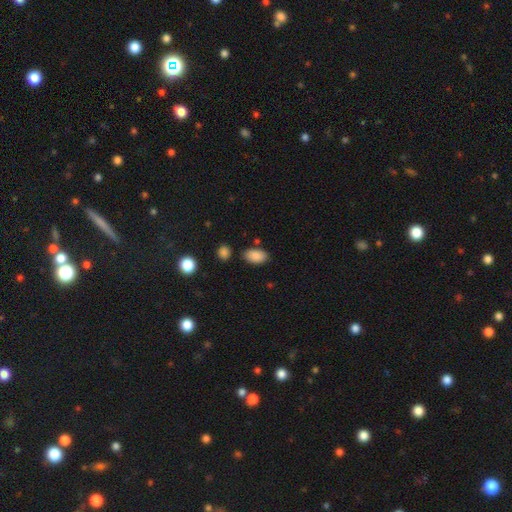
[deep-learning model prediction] This appears to be a smooth galaxy with no disk features (88%) that is in between round and cigar-shaped (92%). Merging: none (80%).